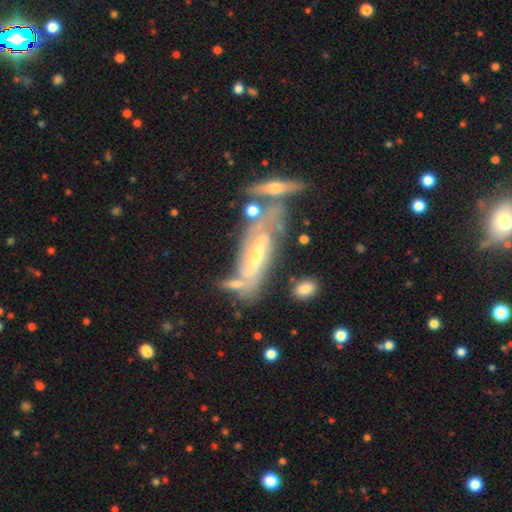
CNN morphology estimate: Q: Smooth or featured?
A: featured or disk (80%); runner-up: smooth (13%)
Q: Edge-on disk?
A: no (73%); runner-up: yes (27%)
Q: Bar?
A: strong (45%); runner-up: weak (35%)
Q: Spiral arms?
A: yes (89%); runner-up: no (11%)
Q: Spiral winding?
A: tight (41%); runner-up: medium (39%)
Q: Spiral arm count?
A: 2 (58%); runner-up: can't tell (27%)
Q: Bulge size?
A: moderate (44%); tied with: small (44%)
Q: Merging?
A: none (42%); runner-up: merger (25%)